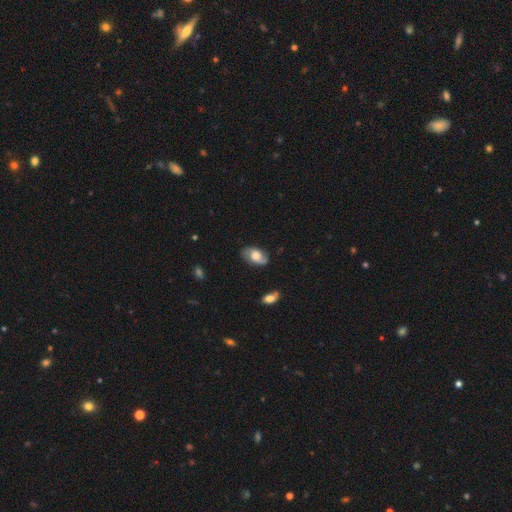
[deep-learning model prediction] A featured or disk galaxy (50%).

Vote fractions:
- Smooth or featured? featured or disk: 50% / smooth: 42% / star or artifact: 8%
- Edge-on disk? no: 93% / yes: 7%
- Merging? none: 73% / minor disturbance: 20% / major disturbance: 5% / merger: 2%